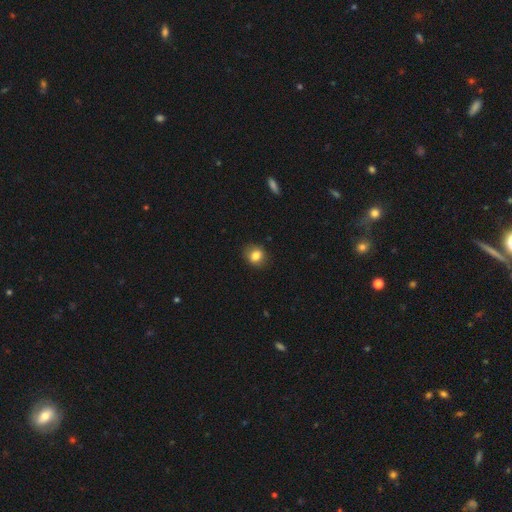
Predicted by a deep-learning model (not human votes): Smooth or featured?
  - smooth: 82% *
  - star or artifact: 10%
  - featured or disk: 8%
How rounded?
  - round: 64% *
  - in between: 35%
  - cigar-shaped: 1%
Merging?
  - none: 82% *
  - minor disturbance: 14%
  - major disturbance: 3%
  - merger: 1%